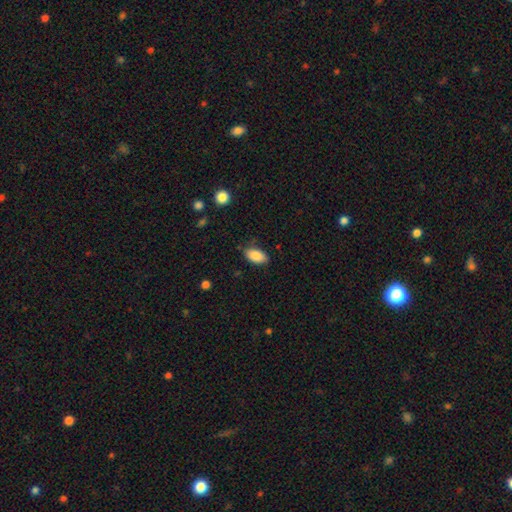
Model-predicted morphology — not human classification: Smooth or featured?
  - smooth: 89% *
  - star or artifact: 7%
  - featured or disk: 4%
How rounded?
  - in between: 93% *
  - round: 4%
  - cigar-shaped: 3%
Merging?
  - none: 80% *
  - minor disturbance: 15%
  - major disturbance: 3%
  - merger: 1%